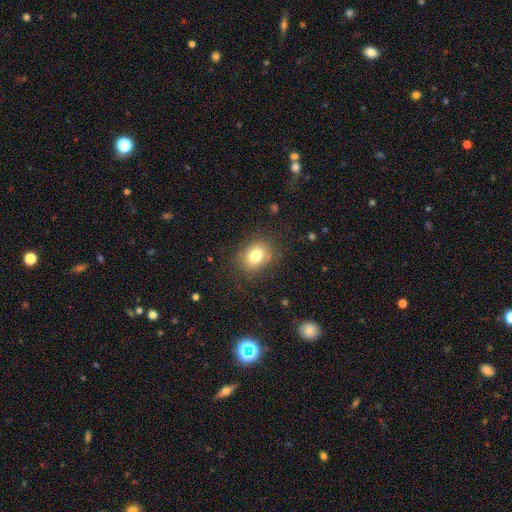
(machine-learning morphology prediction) A smooth galaxy with no disk features (77%) that is round (52%).

Vote fractions:
- Smooth or featured? smooth: 77% / star or artifact: 12% / featured or disk: 11%
- How rounded? round: 52% / in between: 47% / cigar-shaped: 1%
- Merging? none: 79% / minor disturbance: 14% / major disturbance: 5% / merger: 1%